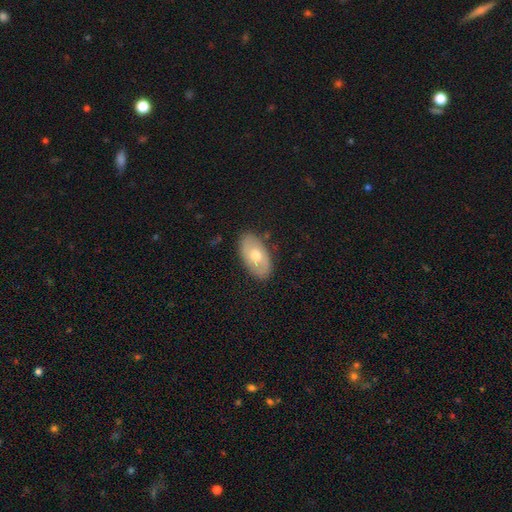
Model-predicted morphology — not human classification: Smooth or featured?
  - smooth: 59% *
  - featured or disk: 35%
  - star or artifact: 6%
How rounded?
  - in between: 93% *
  - round: 5%
  - cigar-shaped: 2%
Merging?
  - none: 85% *
  - minor disturbance: 11%
  - major disturbance: 3%
  - merger: 1%